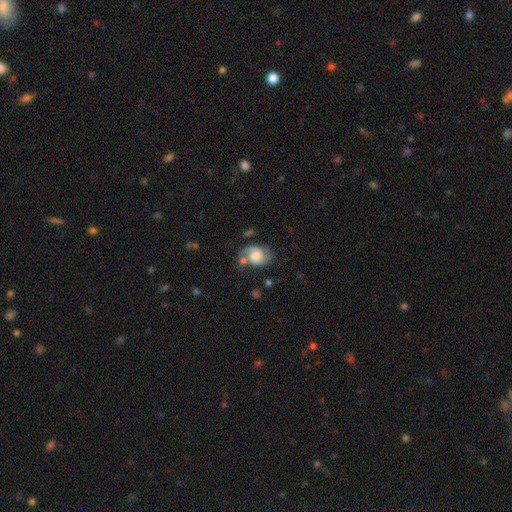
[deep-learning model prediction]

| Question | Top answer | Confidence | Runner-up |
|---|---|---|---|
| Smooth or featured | featured or disk | 55% | smooth (37%) |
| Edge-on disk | no | 97% | yes (3%) |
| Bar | no | 69% | weak (26%) |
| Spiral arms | yes | 86% | no (14%) |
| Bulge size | large | 42% | moderate (19%) |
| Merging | none | 44% | minor disturbance (25%) |